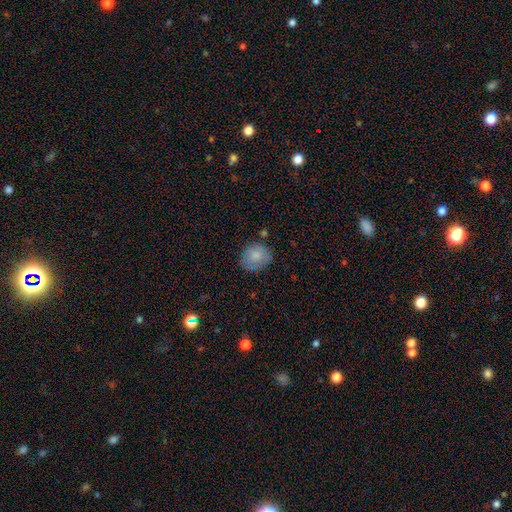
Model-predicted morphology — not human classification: type=smooth (80%); roundness=round (65%); merging=none (71%).